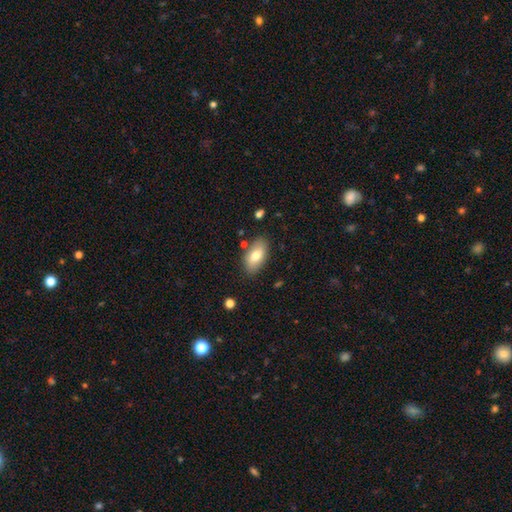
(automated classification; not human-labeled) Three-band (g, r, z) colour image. It shows a smooth galaxy with no disk features (77%) that is in between round and cigar-shaped (93%). Merging: none (82%).